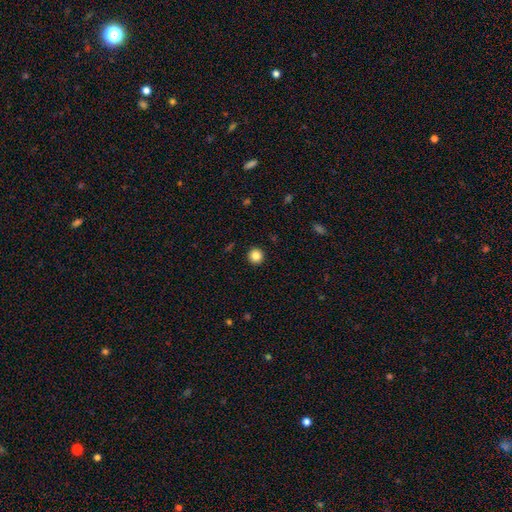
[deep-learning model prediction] Overall: smooth (85%). How rounded: round (95%). Merging: none (93%).